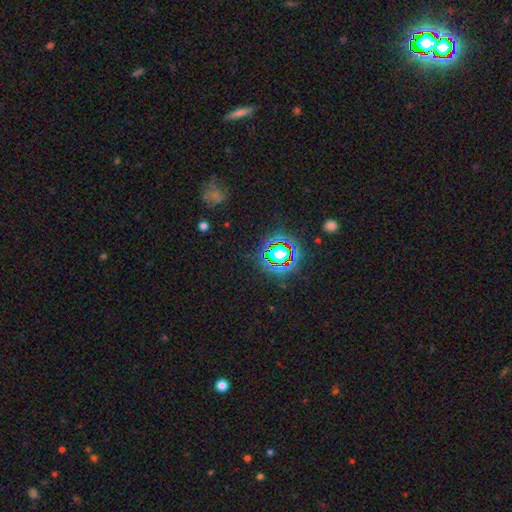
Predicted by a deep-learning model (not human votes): Smooth or featured?
  - star or artifact: 77% *
  - smooth: 14%
  - featured or disk: 9%